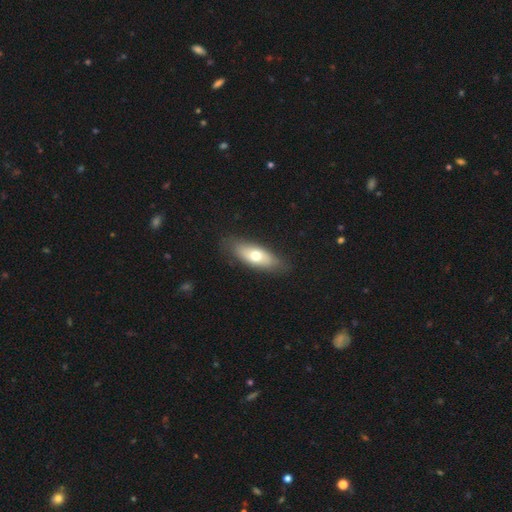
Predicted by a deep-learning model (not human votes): A smooth galaxy with no disk features (62%) that is in between round and cigar-shaped (73%).

Vote fractions:
- Smooth or featured? smooth: 62% / featured or disk: 32% / star or artifact: 6%
- How rounded? in between: 73% / cigar-shaped: 24% / round: 3%
- Merging? none: 81% / minor disturbance: 14% / major disturbance: 3% / merger: 1%